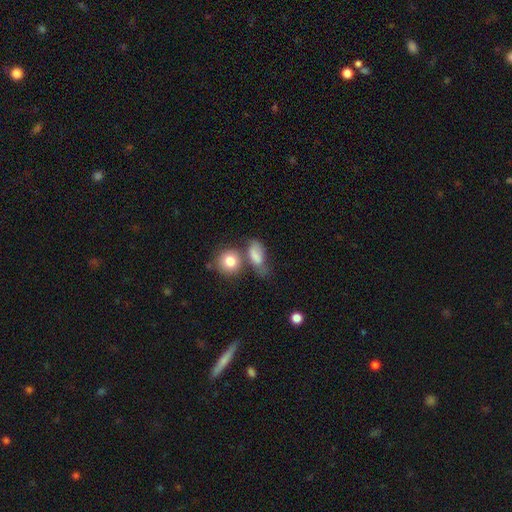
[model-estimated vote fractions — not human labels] Overall: smooth (79%). How rounded: in between (75%). Merging: none (35%; merger 30%).